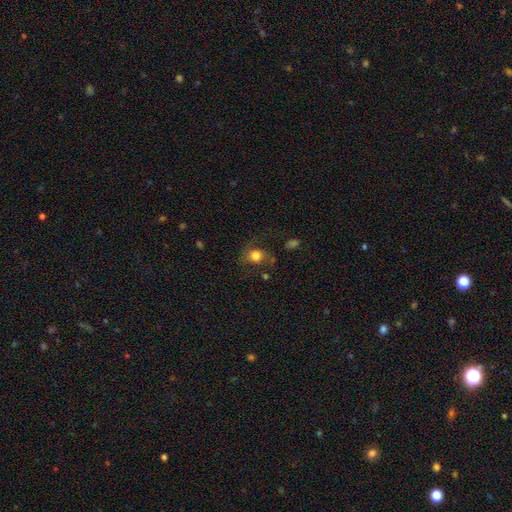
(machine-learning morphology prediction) Smooth or featured? smooth (74%)
How rounded? round (74%)
Merging? none (60%)